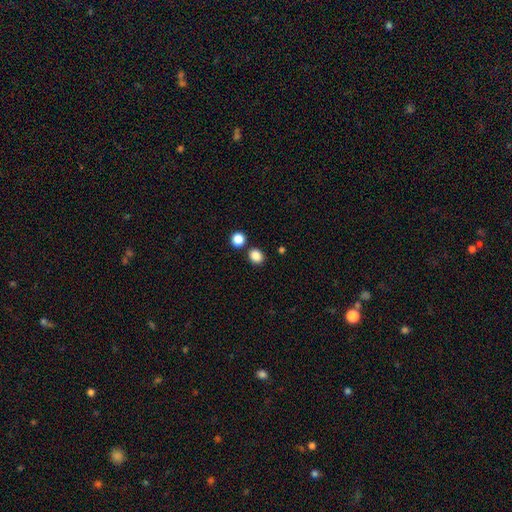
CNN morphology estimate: Smooth or featured?
  - smooth: 86% *
  - star or artifact: 11%
  - featured or disk: 3%
How rounded?
  - round: 68% *
  - in between: 31%
  - cigar-shaped: 1%
Merging?
  - none: 81% *
  - merger: 8%
  - minor disturbance: 8%
  - major disturbance: 3%